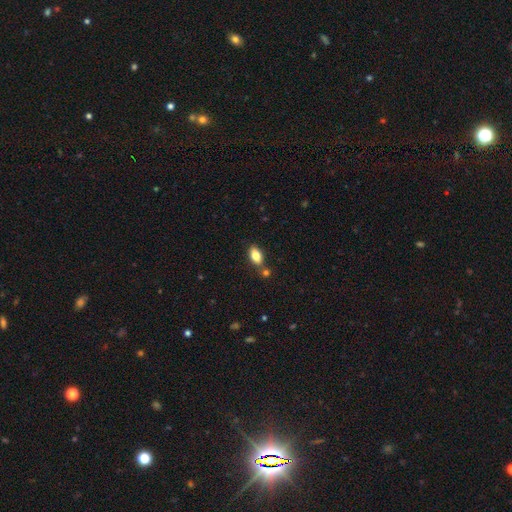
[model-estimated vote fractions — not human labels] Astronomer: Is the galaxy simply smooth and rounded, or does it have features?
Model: smooth — 79%.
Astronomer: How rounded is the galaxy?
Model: in between — 90%.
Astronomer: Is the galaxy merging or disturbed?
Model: none — 70%.